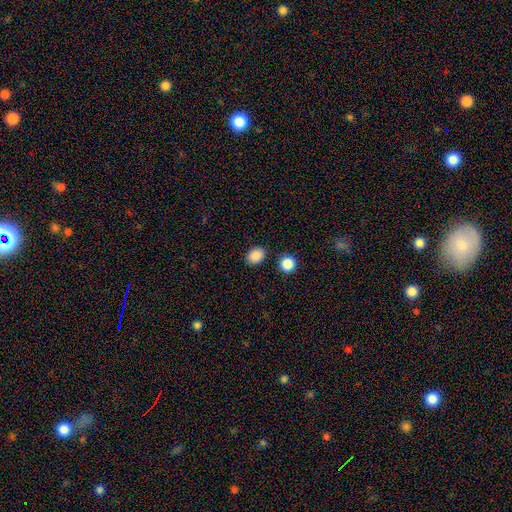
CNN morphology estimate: type=smooth (88%); roundness=in between (55%); merging=none (85%).